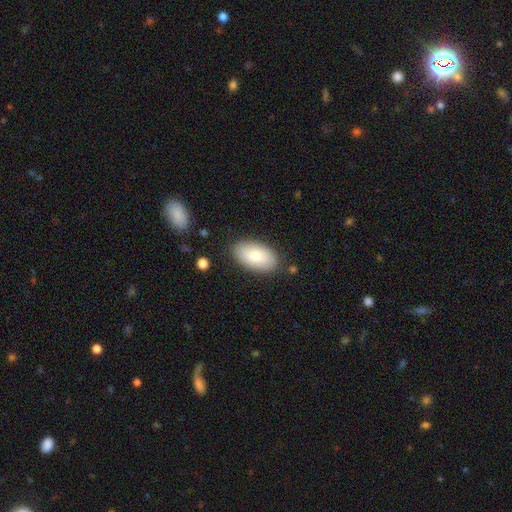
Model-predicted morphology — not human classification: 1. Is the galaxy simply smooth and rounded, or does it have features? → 77% smooth, 17% featured or disk, 6% star or artifact.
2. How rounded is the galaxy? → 95% in between, 4% round, 2% cigar-shaped.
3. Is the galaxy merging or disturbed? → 85% none, 11% minor disturbance, 3% major disturbance, 2% merger.